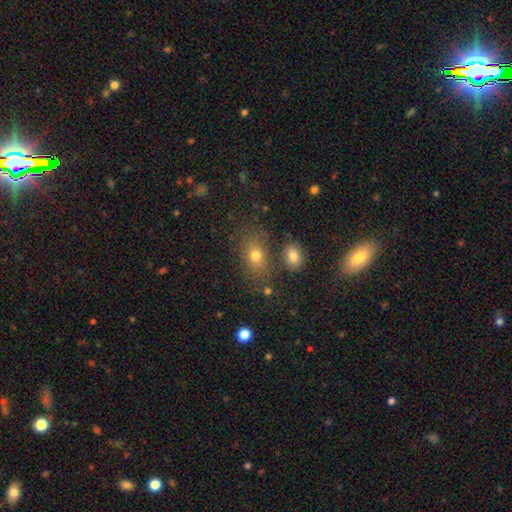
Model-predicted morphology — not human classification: Smooth or featured? smooth (73%)
How rounded? in between (74%)
Merging? none (70%)